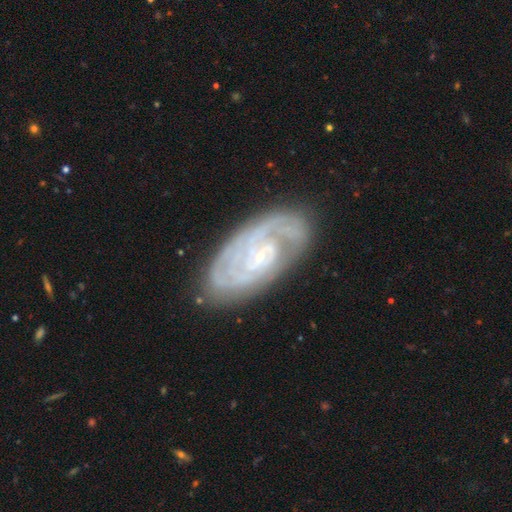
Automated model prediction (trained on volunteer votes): Overall: featured or disk (85%). Edge-on disk: no (95%). Bar: no (61%; weak 32%). Spiral arms: yes (96%). Spiral arm count: 2 (38%; can't tell 25%). Spiral winding: tight (67%; medium 27%). Bulge size: small (81%). Merging: none (75%).